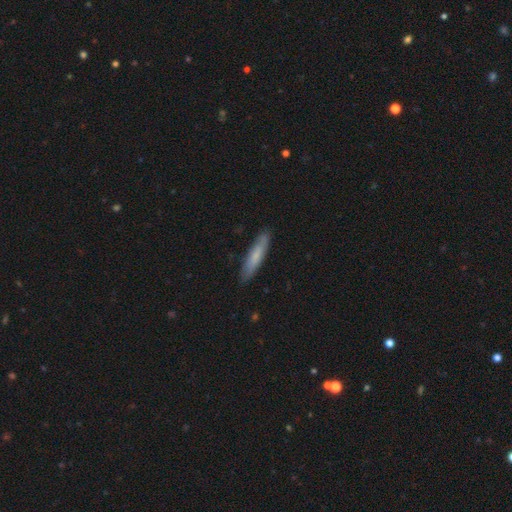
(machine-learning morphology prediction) A smooth galaxy with no disk features (65%) that is cigar-shaped (87%).

Vote fractions:
- Smooth or featured? smooth: 65% / featured or disk: 30% / star or artifact: 6%
- How rounded? cigar-shaped: 87% / in between: 12% / round: 1%
- Merging? none: 85% / minor disturbance: 11% / major disturbance: 2% / merger: 1%